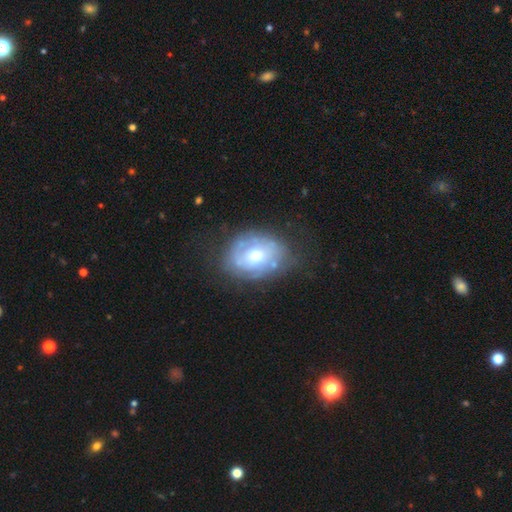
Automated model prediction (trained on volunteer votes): Smooth or featured?
  - featured or disk: 65% *
  - smooth: 28%
  - star or artifact: 7%
Edge-on disk?
  - no: 96% *
  - yes: 4%
Bar?
  - no: 78% *
  - weak: 18%
  - strong: 3%
Spiral arms?
  - yes: 64% *
  - no: 36%
Bulge size?
  - moderate: 65% *
  - small: 23%
  - large: 10%
  - none: 1%
  - dominant: 1%
Merging?
  - none: 60% *
  - minor disturbance: 25%
  - major disturbance: 12%
  - merger: 3%